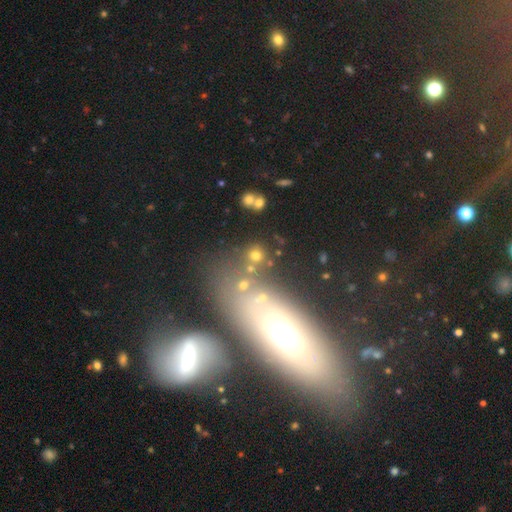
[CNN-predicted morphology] Overall: smooth (68%). How rounded: round (80%). Merging: none (74%).